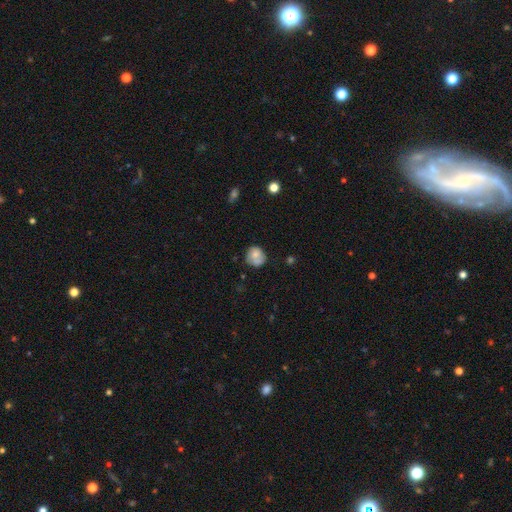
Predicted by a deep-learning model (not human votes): Smooth or featured? smooth (70%)
How rounded? round (79%)
Merging? none (58%)